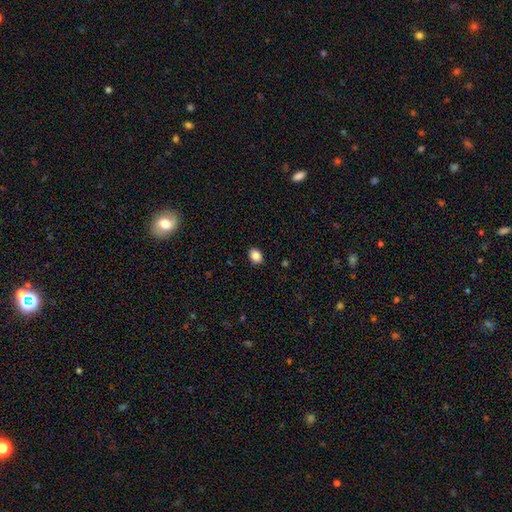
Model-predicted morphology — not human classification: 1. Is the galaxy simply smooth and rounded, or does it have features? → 87% smooth, 9% star or artifact, 4% featured or disk.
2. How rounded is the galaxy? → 71% in between, 28% round, 1% cigar-shaped.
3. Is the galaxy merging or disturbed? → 89% none, 8% minor disturbance, 2% major disturbance, 1% merger.